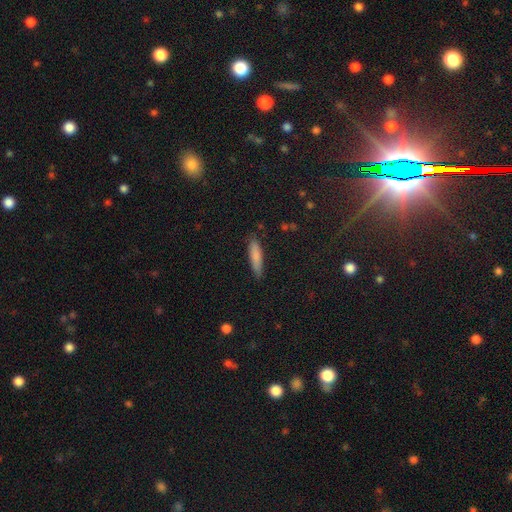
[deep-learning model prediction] Smooth or featured: smooth — 81% (featured or disk — 12%)
How rounded: cigar-shaped — 77% (in between — 21%)
Merging: none — 84% (minor disturbance — 12%)